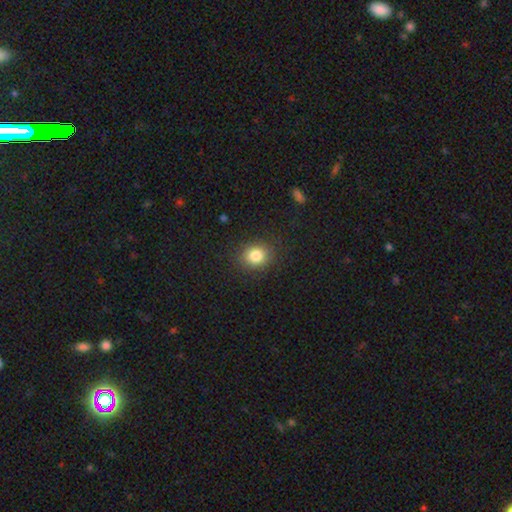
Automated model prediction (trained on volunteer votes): Smooth or featured: smooth — 82% (star or artifact — 11%)
How rounded: round — 74% (in between — 25%)
Merging: none — 87% (minor disturbance — 9%)